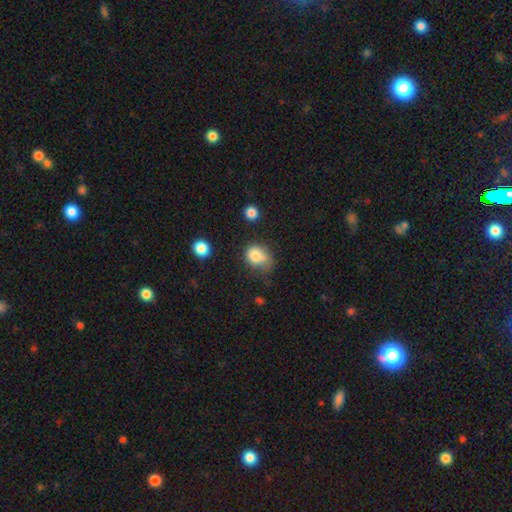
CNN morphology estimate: type=smooth (80%); roundness=round (50%); merging=none (37%).